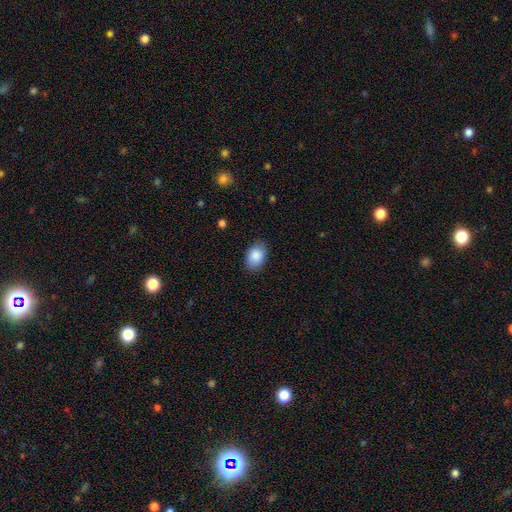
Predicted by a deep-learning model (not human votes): Overall: smooth (87%). How rounded: in between (85%). Merging: none (85%).